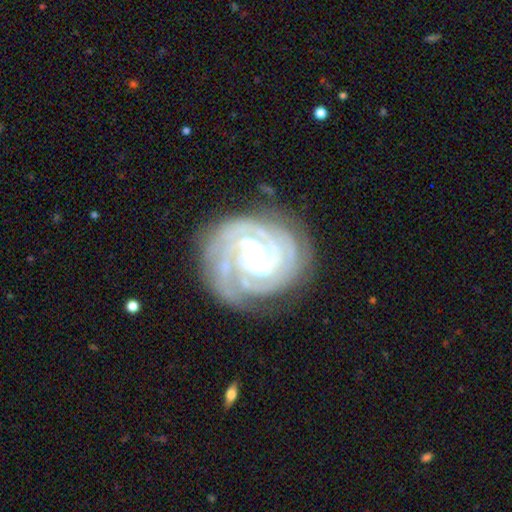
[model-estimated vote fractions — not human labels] Q: Smooth or featured?
A: featured or disk (90%); runner-up: star or artifact (5%)
Q: Edge-on disk?
A: no (98%); runner-up: yes (2%)
Q: Bar?
A: no (49%); runner-up: weak (36%)
Q: Spiral arms?
A: yes (98%); runner-up: no (2%)
Q: Spiral winding?
A: tight (79%); runner-up: medium (18%)
Q: Spiral arm count?
A: 3 (32%); runner-up: 2 (20%)
Q: Bulge size?
A: moderate (66%); runner-up: small (24%)
Q: Merging?
A: none (77%); runner-up: minor disturbance (16%)